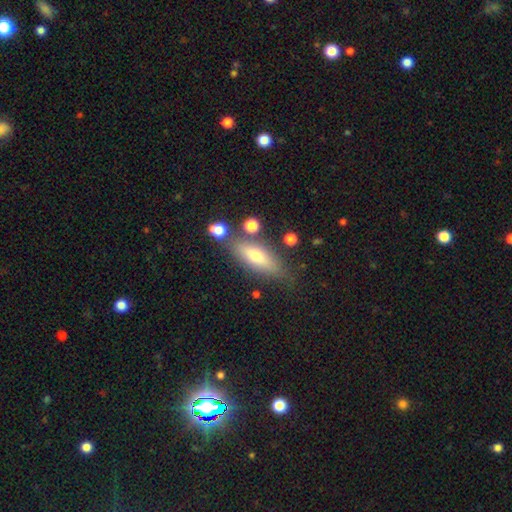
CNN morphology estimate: Q: Smooth or featured?
A: smooth (58%); runner-up: featured or disk (34%)
Q: How rounded?
A: in between (49%); runner-up: cigar-shaped (48%)
Q: Merging?
A: none (74%); runner-up: minor disturbance (15%)